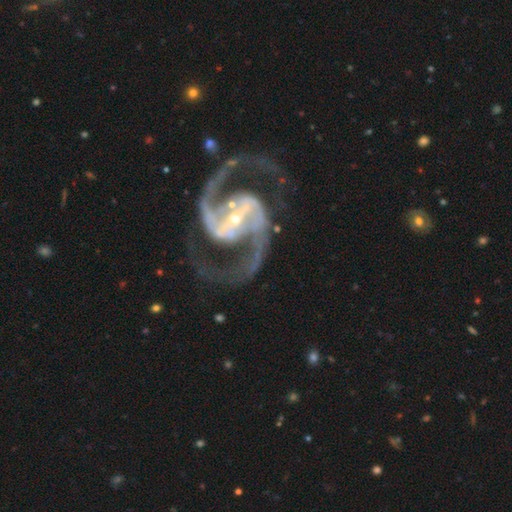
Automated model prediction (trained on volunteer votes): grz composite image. It shows a featured or disk galaxy (94%) with a strong bar (60%), 2 (94%) medium (69%) spiral arms (99%) and a small central bulge (71%). Merging: none (78%).